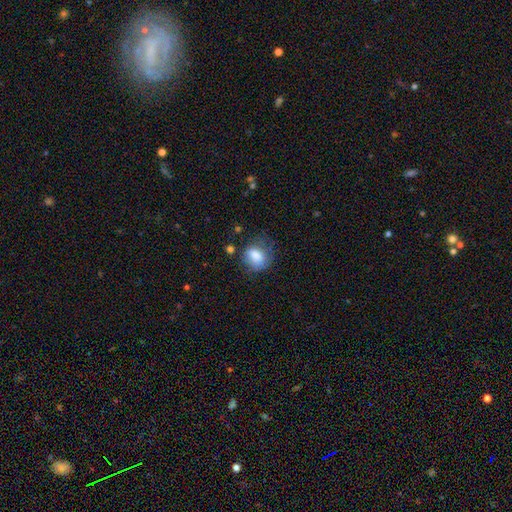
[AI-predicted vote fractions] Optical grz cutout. It shows a smooth galaxy with no disk features (78%) that is round (55%). Merging: none (57%).